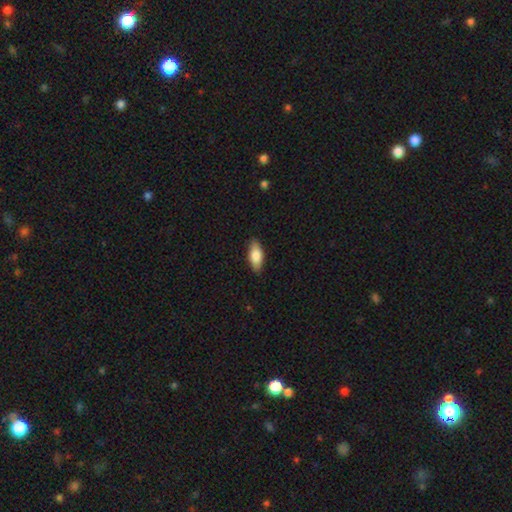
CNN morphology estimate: Smooth or featured: smooth — 78% (featured or disk — 16%)
How rounded: in between — 78% (cigar-shaped — 19%)
Merging: none — 86% (minor disturbance — 11%)